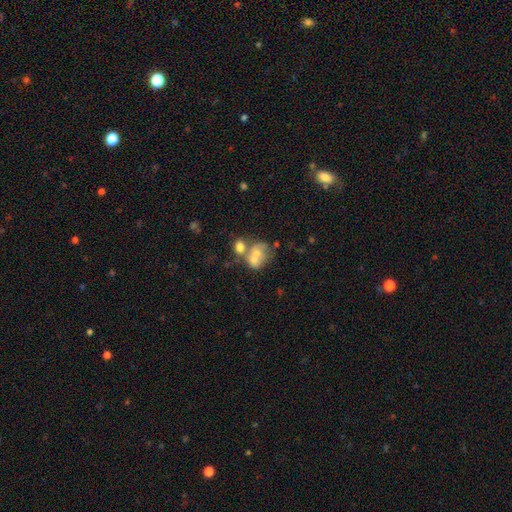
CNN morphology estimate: Q: Smooth or featured?
A: smooth (58%); runner-up: featured or disk (32%)
Q: How rounded?
A: in between (56%); runner-up: round (43%)
Q: Merging?
A: merger (60%); runner-up: none (20%)